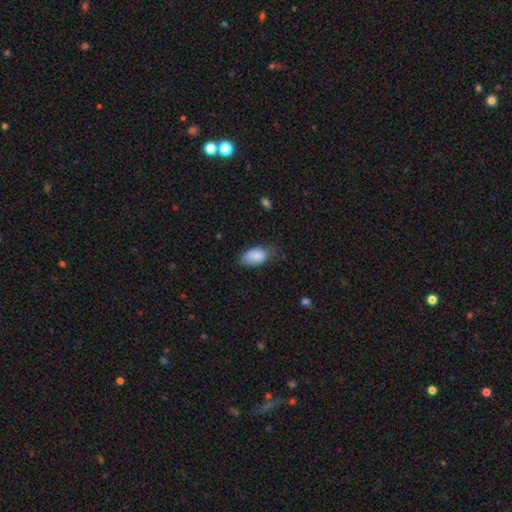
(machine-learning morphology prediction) A smooth galaxy with no disk features (86%) that is in between round and cigar-shaped (93%). Merging: none (57%).